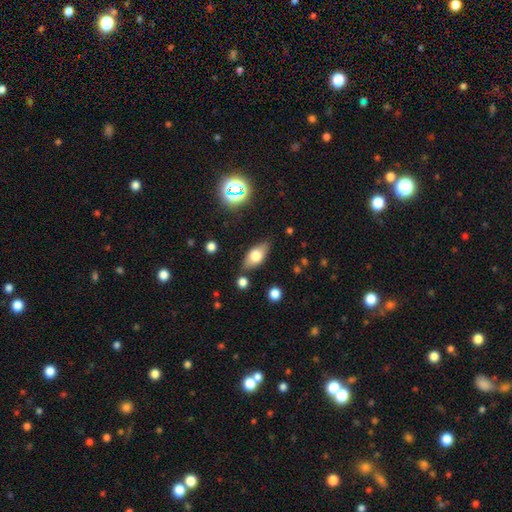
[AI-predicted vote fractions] Q: Smooth or featured?
A: smooth (66%); runner-up: featured or disk (25%)
Q: How rounded?
A: in between (84%); runner-up: cigar-shaped (10%)
Q: Merging?
A: none (80%); runner-up: minor disturbance (13%)